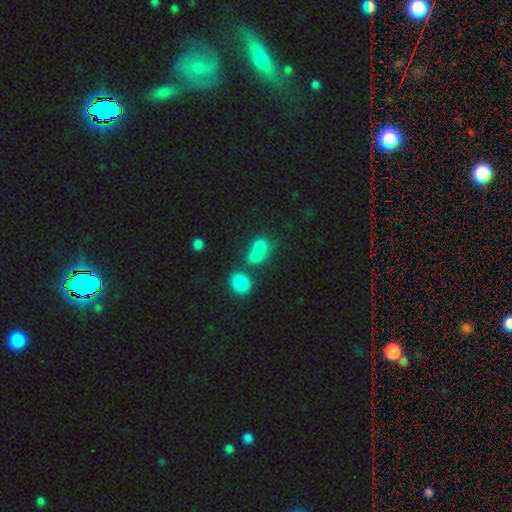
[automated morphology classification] smooth 73%, star or artifact 15%, featured or disk 12%. Down the decision tree: how rounded — round (60%); merging — merger (55%).